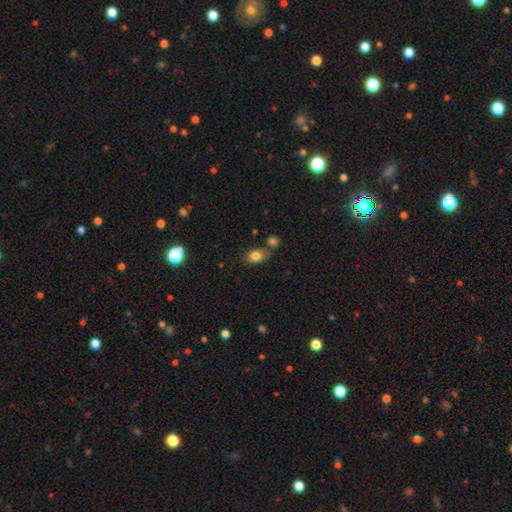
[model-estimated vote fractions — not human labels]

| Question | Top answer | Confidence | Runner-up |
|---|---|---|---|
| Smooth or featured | smooth | 81% | star or artifact (10%) |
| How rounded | in between | 66% | round (32%) |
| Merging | none | 56% | merger (24%) |